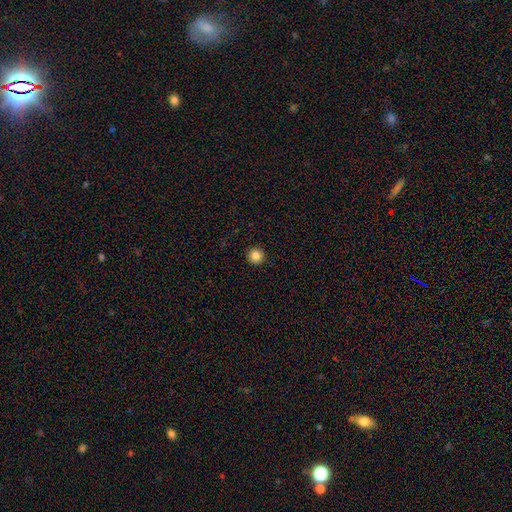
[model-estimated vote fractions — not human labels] Q: Smooth or featured?
A: smooth (84%); runner-up: star or artifact (11%)
Q: How rounded?
A: round (96%); runner-up: in between (3%)
Q: Merging?
A: none (94%); runner-up: minor disturbance (4%)